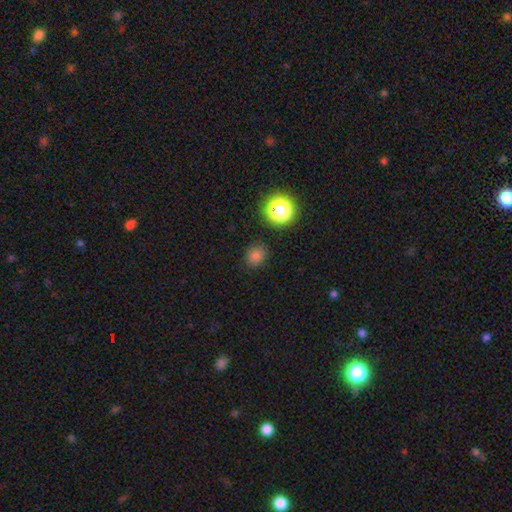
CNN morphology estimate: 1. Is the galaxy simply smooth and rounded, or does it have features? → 76% smooth, 18% star or artifact, 5% featured or disk.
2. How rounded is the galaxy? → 75% round, 24% in between, 1% cigar-shaped.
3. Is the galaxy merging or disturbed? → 86% none, 9% minor disturbance, 3% major disturbance, 2% merger.